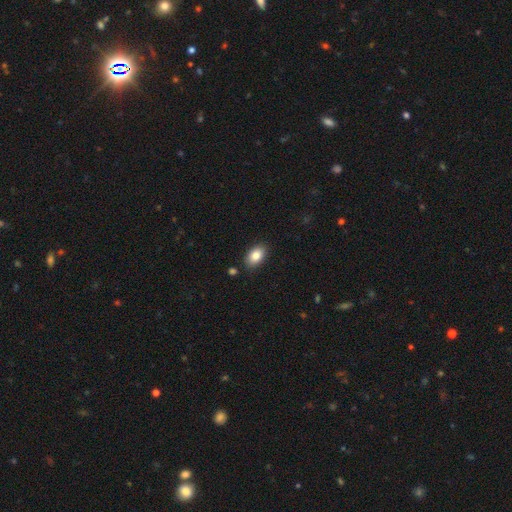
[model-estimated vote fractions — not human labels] Overall: smooth (84%). How rounded: in between (89%). Merging: none (86%).